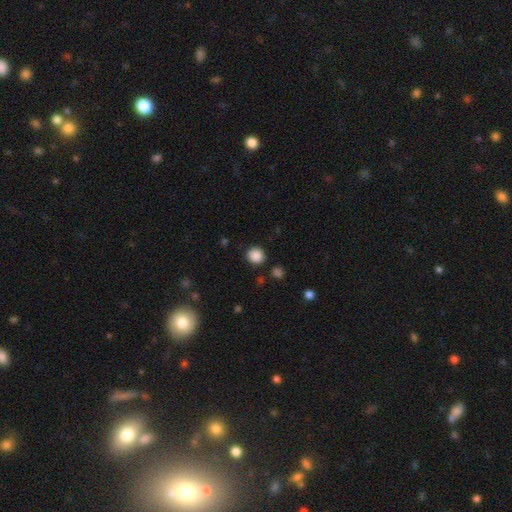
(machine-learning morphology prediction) Q: Smooth or featured?
A: smooth (88%); runner-up: star or artifact (10%)
Q: How rounded?
A: round (86%); runner-up: in between (13%)
Q: Merging?
A: none (89%); runner-up: minor disturbance (7%)